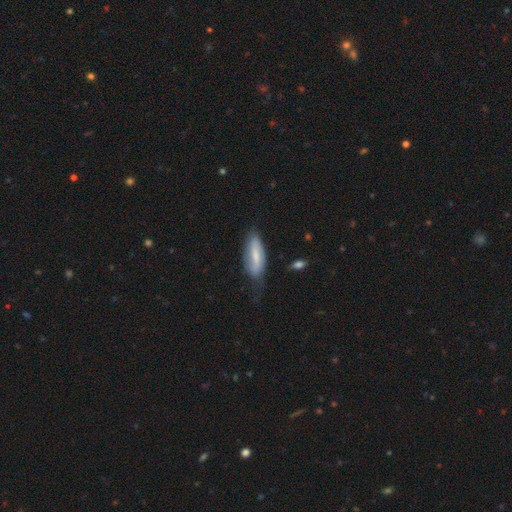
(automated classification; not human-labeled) Smooth or featured?
  - smooth: 52% *
  - featured or disk: 42%
  - star or artifact: 6%
How rounded?
  - in between: 66% *
  - cigar-shaped: 32%
  - round: 2%
Merging?
  - none: 52% *
  - minor disturbance: 35%
  - major disturbance: 11%
  - merger: 3%